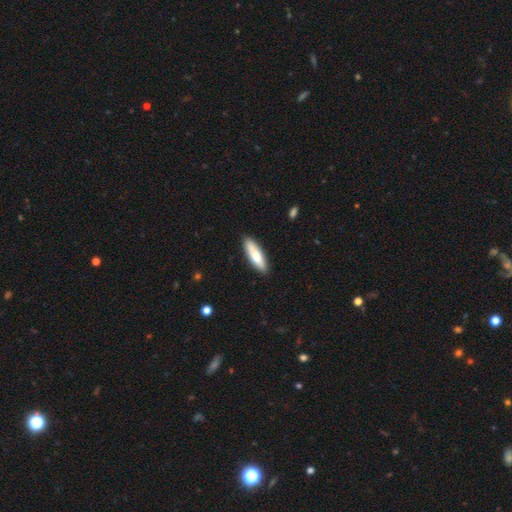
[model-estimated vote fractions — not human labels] Smooth or featured? smooth (76%)
How rounded? cigar-shaped (59%)
Merging? none (87%)